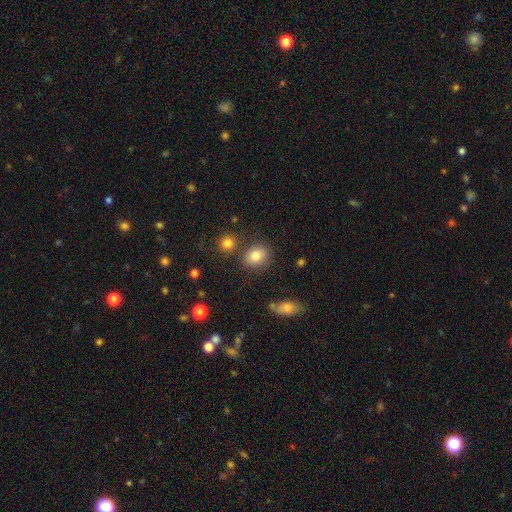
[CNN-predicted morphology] smooth_or_featured: smooth (p=0.81) [alt: star or artifact p=0.10]
how_rounded: round (p=0.53) [alt: in between p=0.46]
merging: none (p=0.77) [alt: minor disturbance p=0.11]